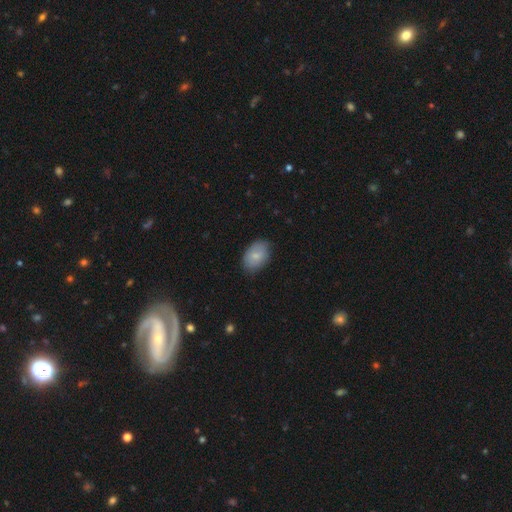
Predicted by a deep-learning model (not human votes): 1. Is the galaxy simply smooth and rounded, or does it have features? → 80% smooth, 14% featured or disk, 7% star or artifact.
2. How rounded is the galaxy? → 87% in between, 12% round, 1% cigar-shaped.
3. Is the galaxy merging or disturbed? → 77% none, 18% minor disturbance, 3% major disturbance, 1% merger.